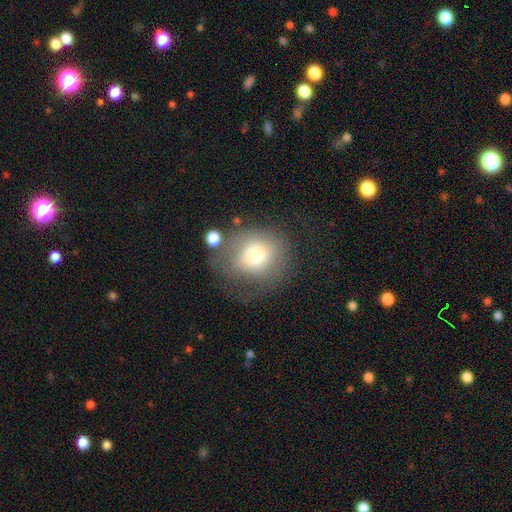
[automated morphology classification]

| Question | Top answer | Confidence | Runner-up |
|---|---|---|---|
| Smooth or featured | smooth | 67% | featured or disk (23%) |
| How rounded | round | 72% | in between (27%) |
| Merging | none | 43% | minor disturbance (25%) |